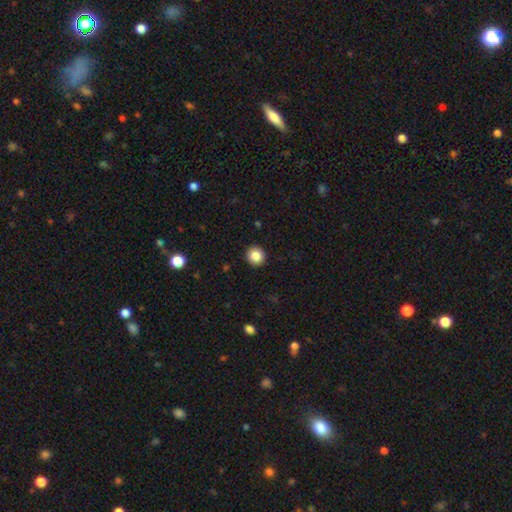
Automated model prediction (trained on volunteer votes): Smooth or featured? smooth (86%)
How rounded? round (93%)
Merging? none (93%)